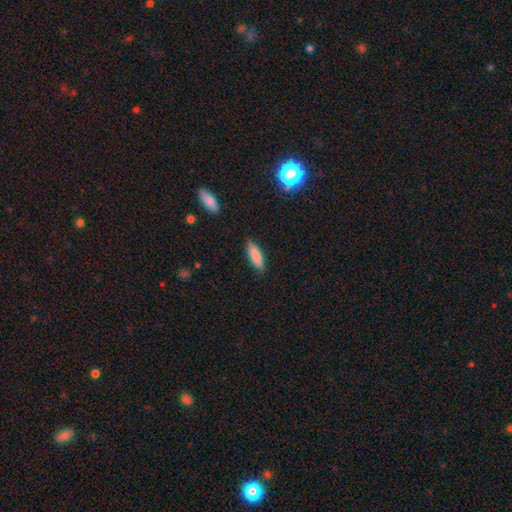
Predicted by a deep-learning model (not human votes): Morphology: type=smooth (86%); roundness=cigar-shaped (54%); merging=none (87%).